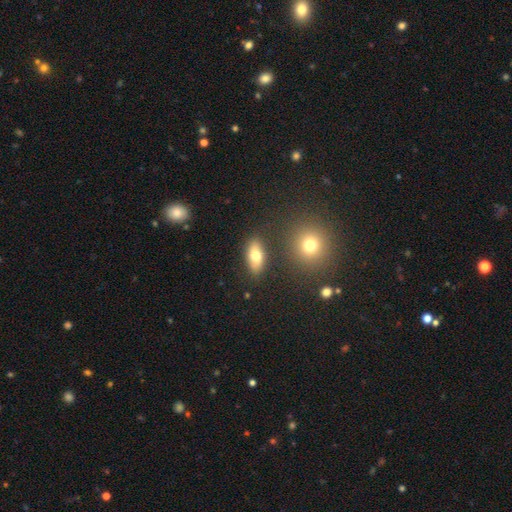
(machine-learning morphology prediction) Smooth or featured? smooth (73%)
How rounded? in between (83%)
Merging? none (82%)